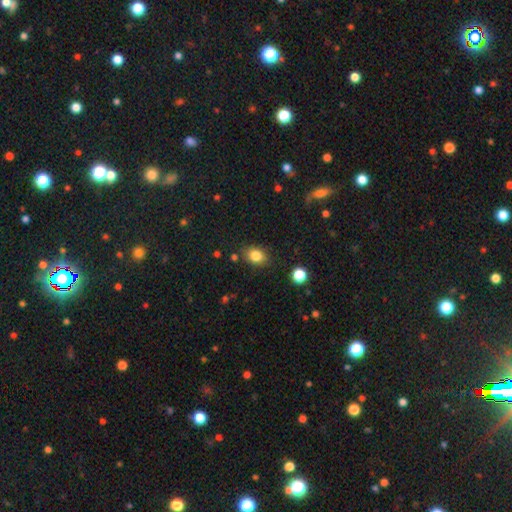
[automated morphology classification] smooth 83%, star or artifact 11%, featured or disk 7%. Down the decision tree: how rounded — in between (60%); merging — none (81%).